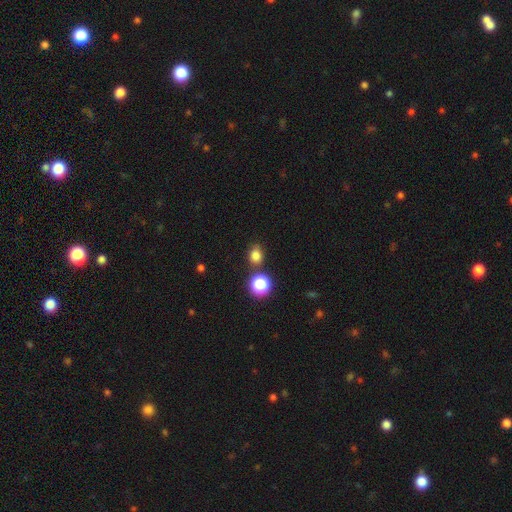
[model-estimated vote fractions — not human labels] smooth-or-featured: smooth: 78% | star or artifact: 17% | featured or disk: 5%
  how-rounded: round: 57% | in between: 41% | cigar-shaped: 1%
  merging: none: 76% | minor disturbance: 12% | merger: 8% | major disturbance: 4%